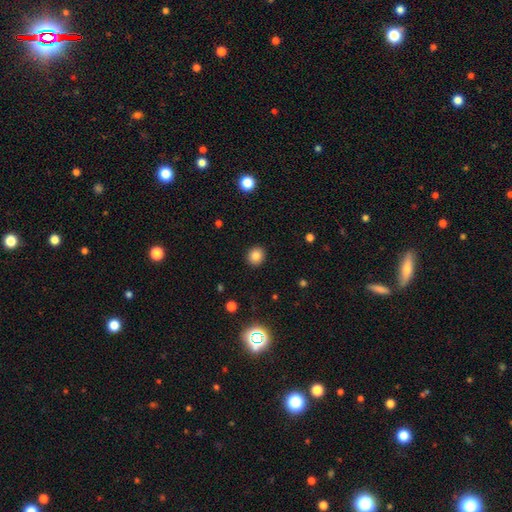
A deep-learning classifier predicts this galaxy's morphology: Smooth or featured?
  - smooth: 83% *
  - star or artifact: 11%
  - featured or disk: 6%
How rounded?
  - round: 85% *
  - in between: 14%
  - cigar-shaped: 1%
Merging?
  - none: 92% *
  - minor disturbance: 6%
  - major disturbance: 2%
  - merger: 1%